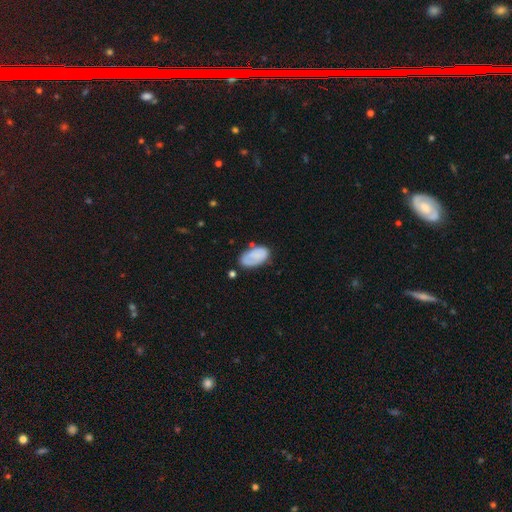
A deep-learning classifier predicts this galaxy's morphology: Q: Smooth or featured?
A: smooth (73%); runner-up: featured or disk (20%)
Q: How rounded?
A: in between (94%); runner-up: round (4%)
Q: Merging?
A: none (58%); runner-up: minor disturbance (26%)